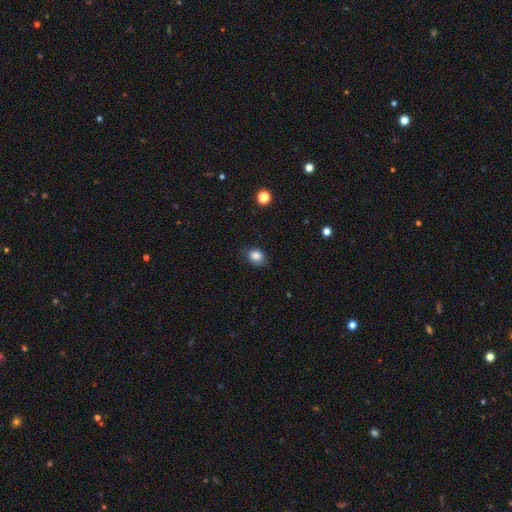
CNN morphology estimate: Smooth or featured: smooth — 84% (star or artifact — 10%)
How rounded: in between — 57% (round — 42%)
Merging: none — 77% (minor disturbance — 18%)